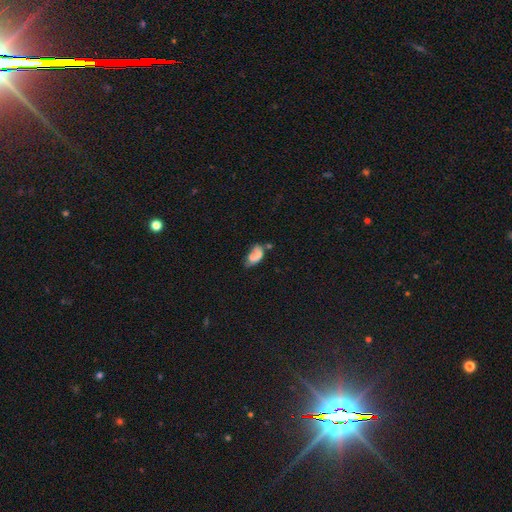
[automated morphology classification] Overall: smooth (55%; featured or disk 35%). How rounded: in between (88%). Merging: merger (36%; none 25%).